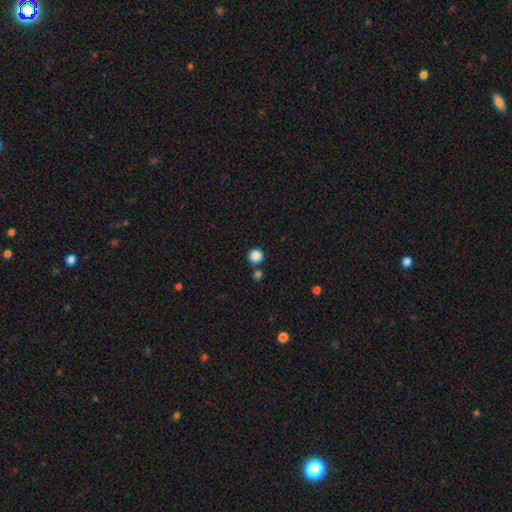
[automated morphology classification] This appears to be a smooth galaxy with no disk features (86%) that is round (94%). Merging: none (79%).